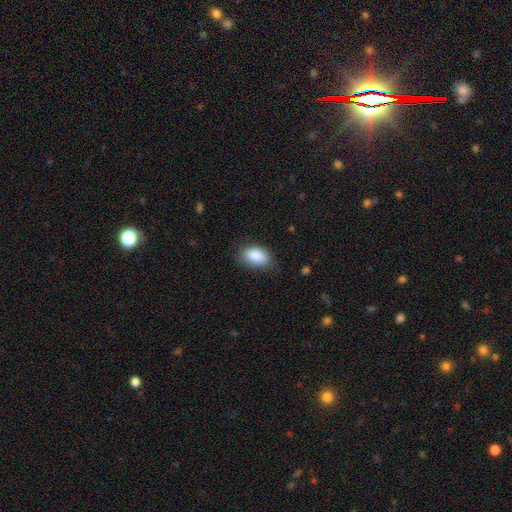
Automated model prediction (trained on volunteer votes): This appears to be a smooth galaxy with no disk features (88%) that is in between round and cigar-shaped (90%). Merging: none (75%).